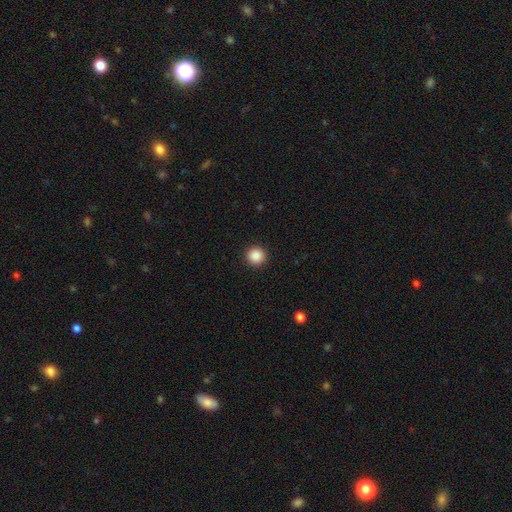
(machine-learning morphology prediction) type=smooth (88%); roundness=round (96%); merging=none (93%).